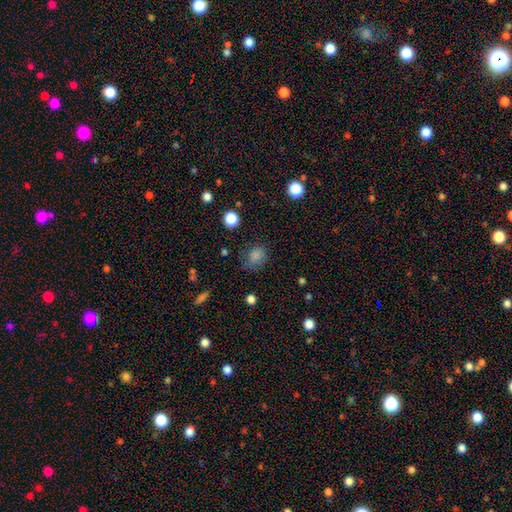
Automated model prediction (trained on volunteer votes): smooth 80%, star or artifact 14%, featured or disk 6%. Down the decision tree: how rounded — round (55%); merging — none (67%).